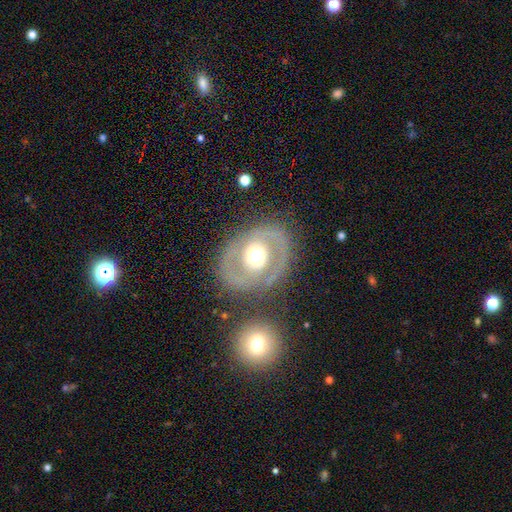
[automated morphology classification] type=featured or disk (67%); edge-on=no (95%); bar=no (74%); spiral arms=no (57%); bulge=moderate (57%); merging=none (68%).